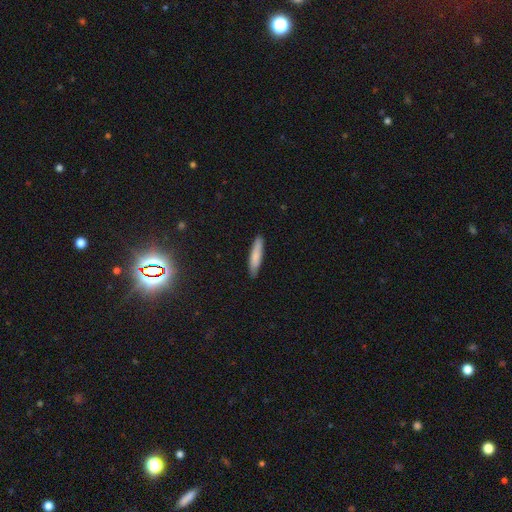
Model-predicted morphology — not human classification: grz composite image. It shows a smooth galaxy with no disk features (80%) that is cigar-shaped (84%). Merging: none (88%).